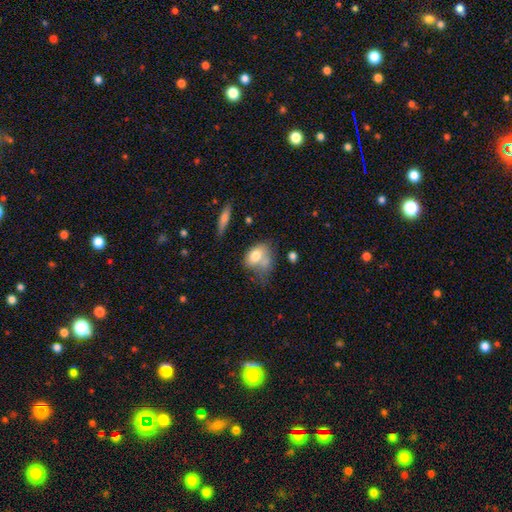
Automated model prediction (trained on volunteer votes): This appears to be a smooth galaxy with no disk features (73%) that is in between round and cigar-shaped (75%). Merging: merger (29%).